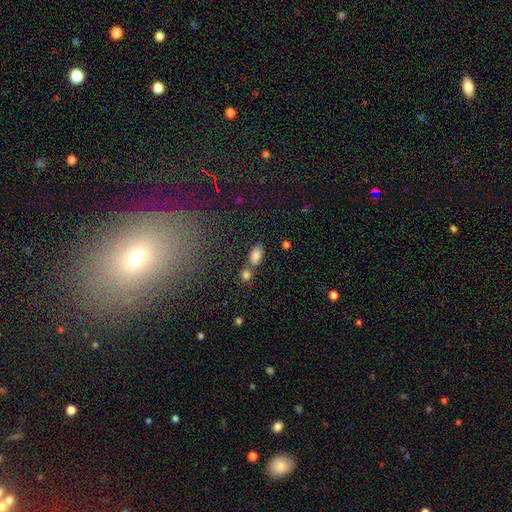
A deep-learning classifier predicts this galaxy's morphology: Smooth or featured? Predicted: smooth (p=0.84). How rounded? Predicted: in between (p=0.90). Merging? Predicted: none (p=0.61).